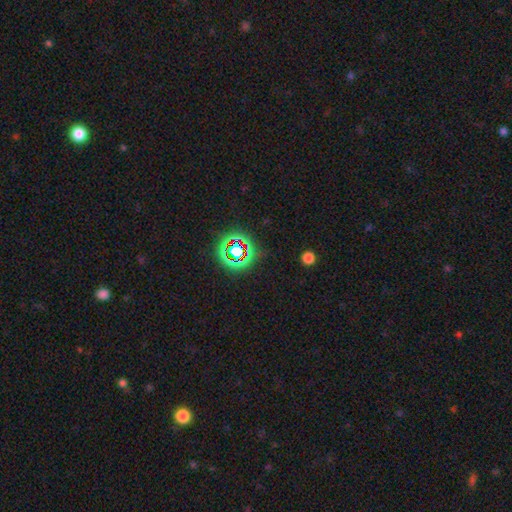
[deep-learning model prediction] A star or artifact, not a galaxy (63%).

Vote fractions:
- Smooth or featured? star or artifact: 63% / smooth: 22% / featured or disk: 15%